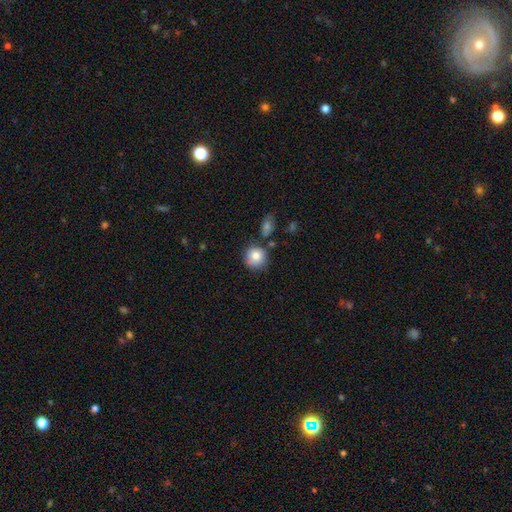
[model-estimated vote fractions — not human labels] smooth 80%, featured or disk 12%, star or artifact 9%. Down the decision tree: how rounded — round (91%); merging — none (72%).